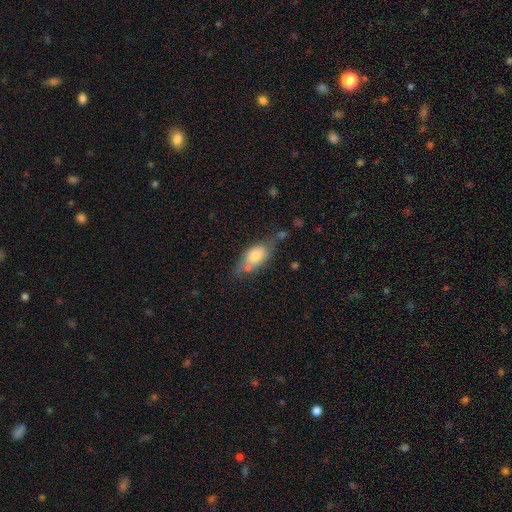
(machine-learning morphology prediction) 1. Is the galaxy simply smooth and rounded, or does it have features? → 68% smooth, 24% featured or disk, 7% star or artifact.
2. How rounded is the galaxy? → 85% in between, 8% cigar-shaped, 7% round.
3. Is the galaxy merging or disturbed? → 51% none, 26% minor disturbance, 14% merger, 9% major disturbance.